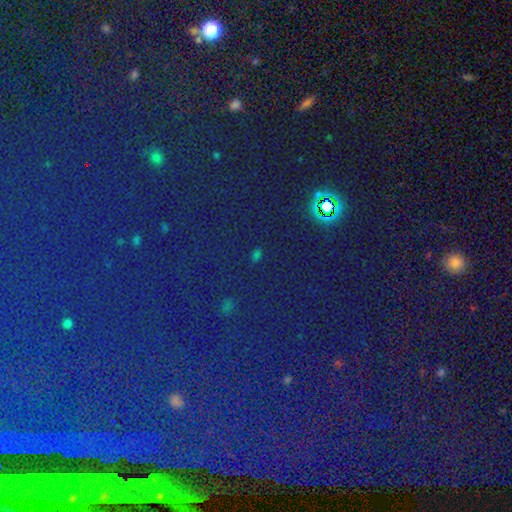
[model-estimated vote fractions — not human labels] Morphology: type=star or artifact (77%).